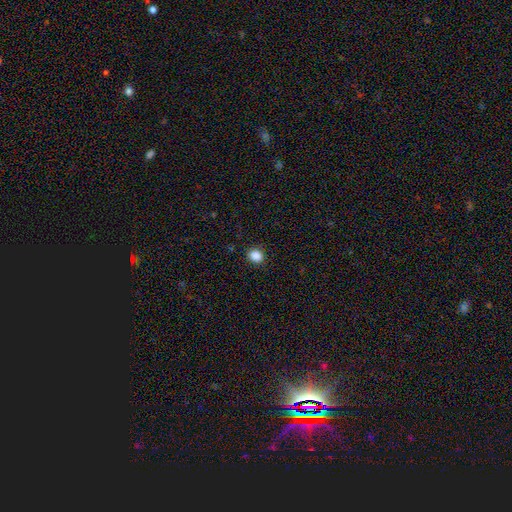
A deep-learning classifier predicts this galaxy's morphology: A smooth galaxy with no disk features (86%) that is round (72%).

Vote fractions:
- Smooth or featured? smooth: 86% / star or artifact: 11% / featured or disk: 3%
- How rounded? round: 72% / in between: 27% / cigar-shaped: 1%
- Merging? none: 90% / minor disturbance: 7% / major disturbance: 2% / merger: 1%